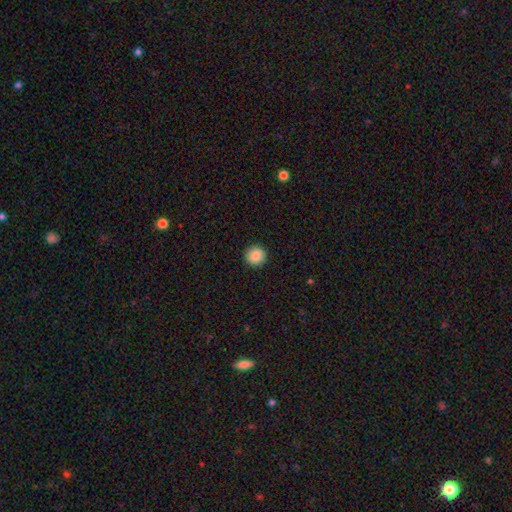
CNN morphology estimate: Smooth or featured: smooth — 88% (star or artifact — 9%)
How rounded: round — 93% (in between — 6%)
Merging: none — 92% (minor disturbance — 5%)